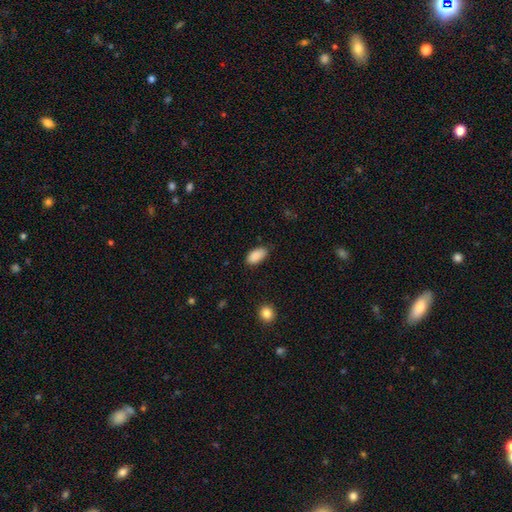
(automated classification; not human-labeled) Overall: smooth (90%). How rounded: in between (93%). Merging: none (79%).